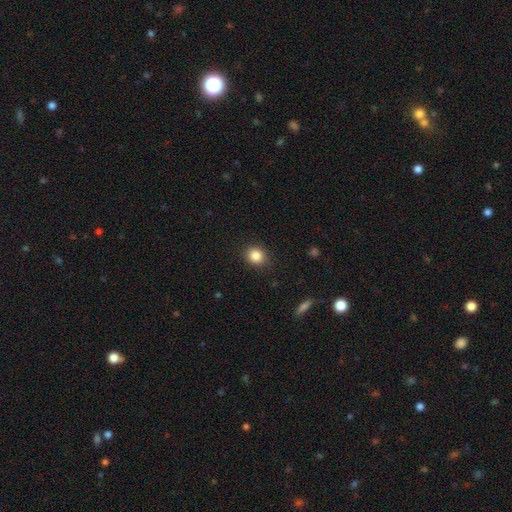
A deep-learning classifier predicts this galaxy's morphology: smooth-or-featured: smooth: 85% | star or artifact: 11% | featured or disk: 5%
  how-rounded: round: 80% | in between: 19% | cigar-shaped: 1%
  merging: none: 88% | minor disturbance: 8% | major disturbance: 2% | merger: 1%